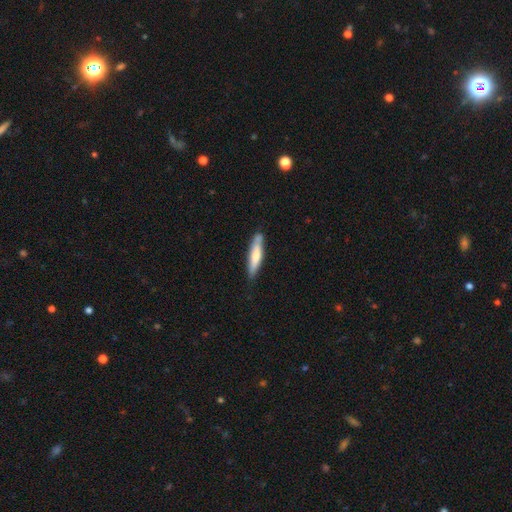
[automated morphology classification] Smooth or featured?
  - smooth: 64% *
  - featured or disk: 31%
  - star or artifact: 5%
How rounded?
  - cigar-shaped: 83% *
  - in between: 16%
  - round: 1%
Merging?
  - none: 78% *
  - minor disturbance: 17%
  - merger: 3%
  - major disturbance: 3%